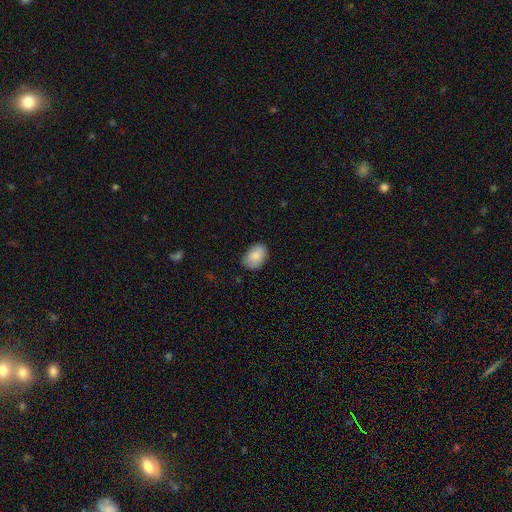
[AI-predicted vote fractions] Smooth or featured? smooth (86%)
How rounded? in between (84%)
Merging? none (75%)